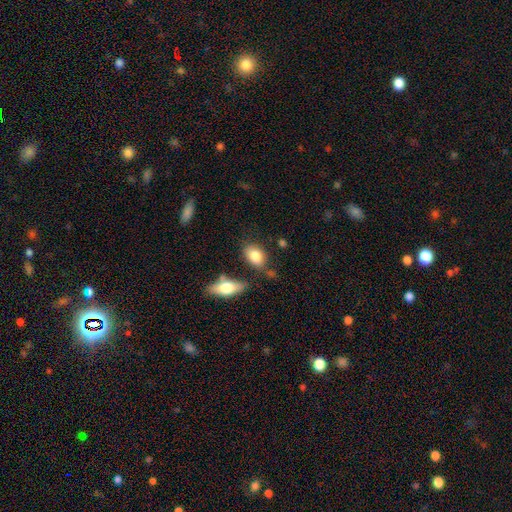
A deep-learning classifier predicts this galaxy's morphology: Overall: smooth (82%). How rounded: in between (84%). Merging: none (71%).